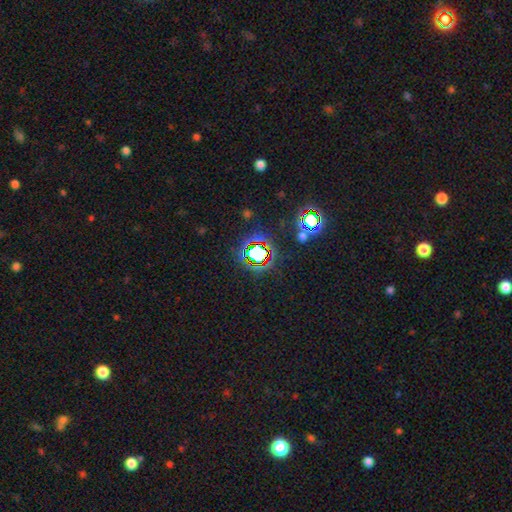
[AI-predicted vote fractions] smooth_or_featured: star or artifact (p=0.68) [alt: smooth p=0.20]